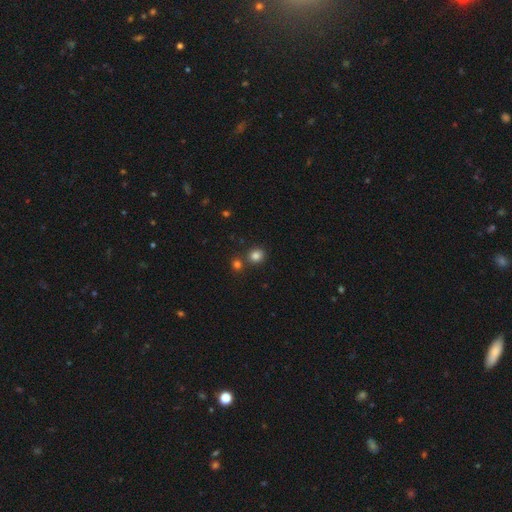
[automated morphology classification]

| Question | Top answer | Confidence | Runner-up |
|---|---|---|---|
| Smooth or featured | smooth | 82% | star or artifact (13%) |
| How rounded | round | 78% | in between (21%) |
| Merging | none | 73% | merger (16%) |